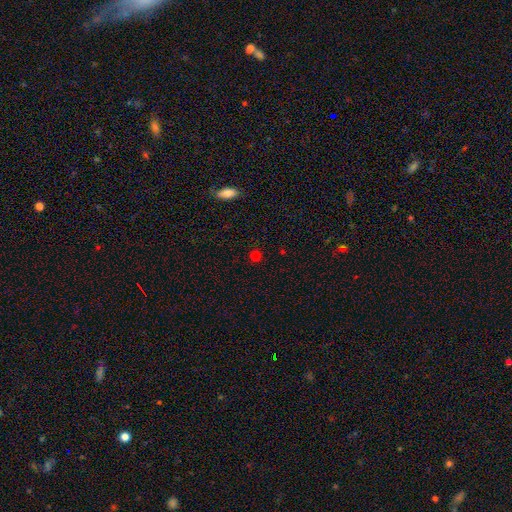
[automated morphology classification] The model was most divided on "smooth or featured": smooth: 76%, star or artifact: 20%, featured or disk: 4%. More confident: how rounded — round (91%); merging — none (90%).